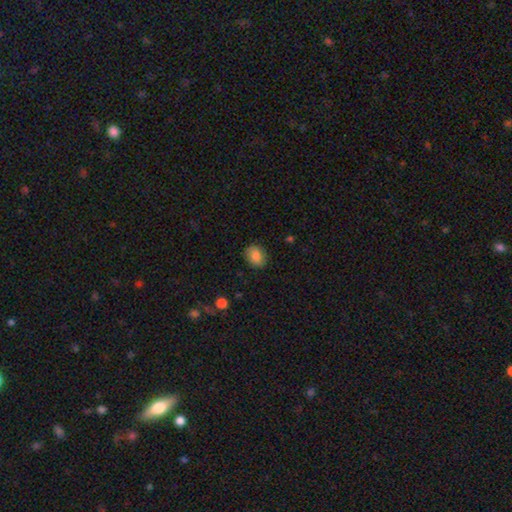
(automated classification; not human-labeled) smooth 84%, star or artifact 8%, featured or disk 8%. Down the decision tree: how rounded — in between (53%); merging — none (87%).